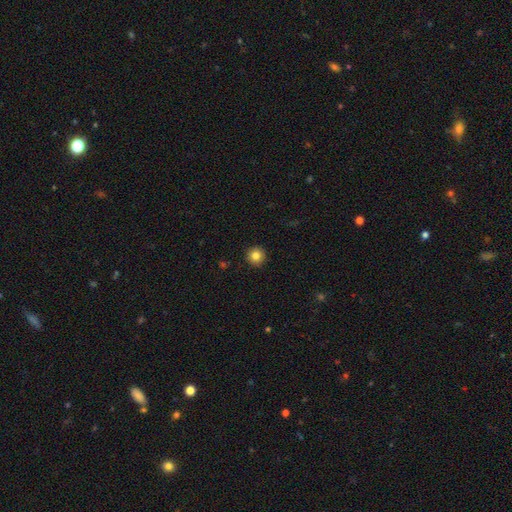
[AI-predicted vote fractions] Smooth or featured? smooth (83%)
How rounded? round (96%)
Merging? none (93%)